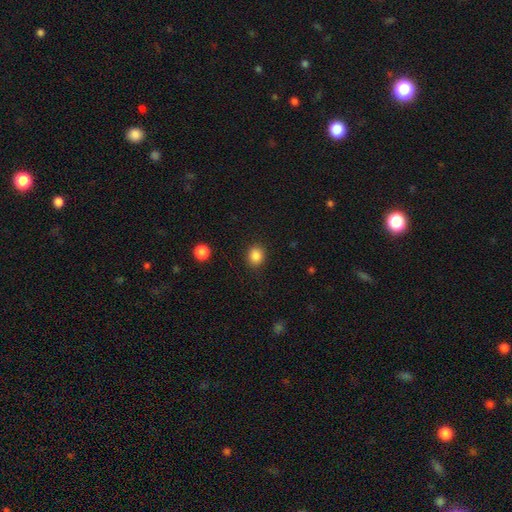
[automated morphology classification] smooth 86%, star or artifact 10%, featured or disk 3%. Down the decision tree: how rounded — round (69%); merging — none (89%).